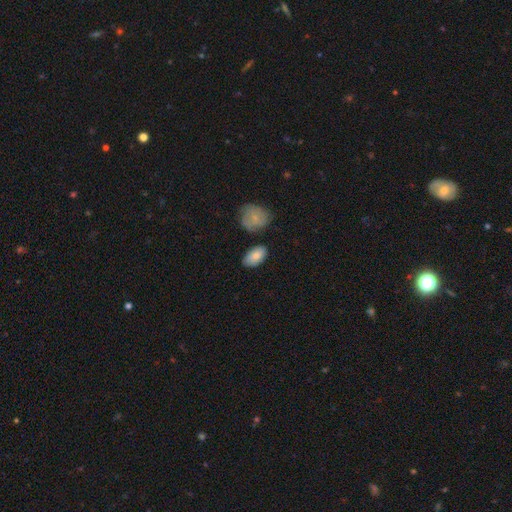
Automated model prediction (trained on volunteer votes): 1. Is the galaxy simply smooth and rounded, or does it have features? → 80% smooth, 14% featured or disk, 6% star or artifact.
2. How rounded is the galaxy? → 93% in between, 5% round, 2% cigar-shaped.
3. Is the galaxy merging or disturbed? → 74% none, 17% minor disturbance, 6% merger, 3% major disturbance.